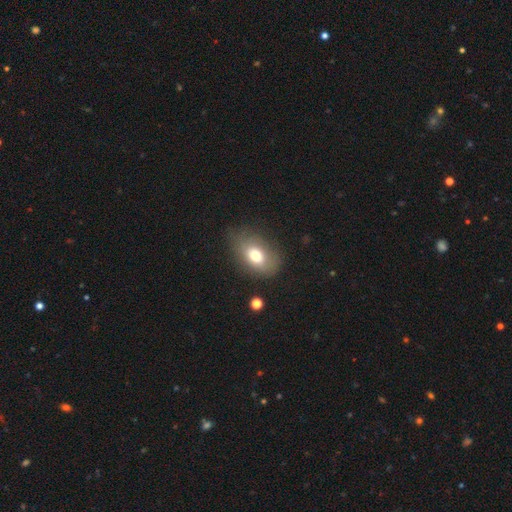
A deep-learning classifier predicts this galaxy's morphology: A smooth galaxy with no disk features (71%) that is in between round and cigar-shaped (83%).

Vote fractions:
- Smooth or featured? smooth: 71% / featured or disk: 19% / star or artifact: 10%
- How rounded? in between: 83% / round: 16% / cigar-shaped: 2%
- Merging? none: 66% / minor disturbance: 22% / major disturbance: 10% / merger: 2%